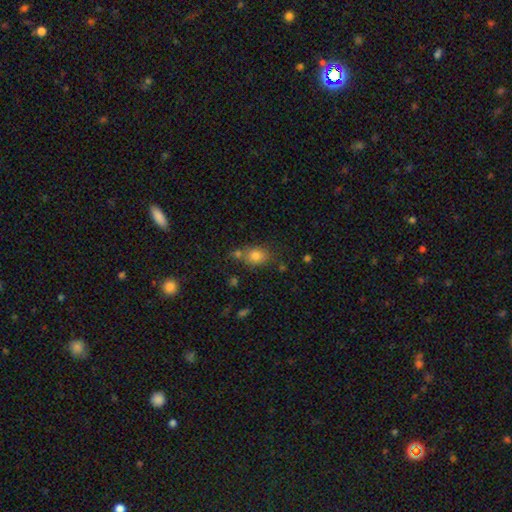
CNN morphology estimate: Smooth or featured? Predicted: smooth (p=0.80). How rounded? Predicted: in between (p=0.55). Merging? Predicted: none (p=0.60).